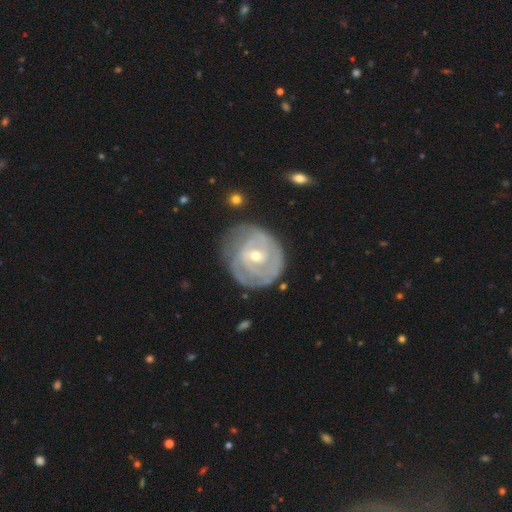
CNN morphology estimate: type=featured or disk (82%); edge-on=no (97%); bar=no (48%); spiral arms=yes (90%); winding=tight (73%); arm count=can't tell (39%); bulge=small (54%); merging=none (67%).